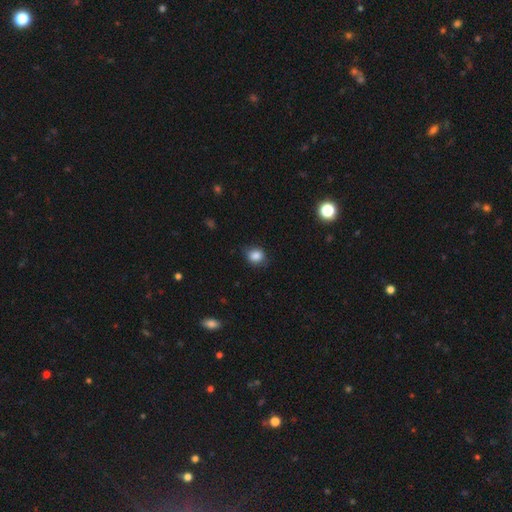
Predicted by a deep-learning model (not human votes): This is clearly a smooth galaxy (85%). How rounded: likely round (66%). Merging: likely none (76%).